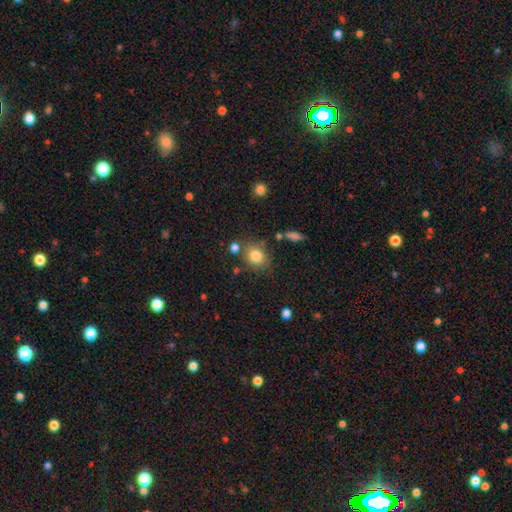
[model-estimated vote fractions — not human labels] Smooth or featured? Predicted: smooth (p=0.82). How rounded? Predicted: round (p=0.57). Merging? Predicted: none (p=0.71).